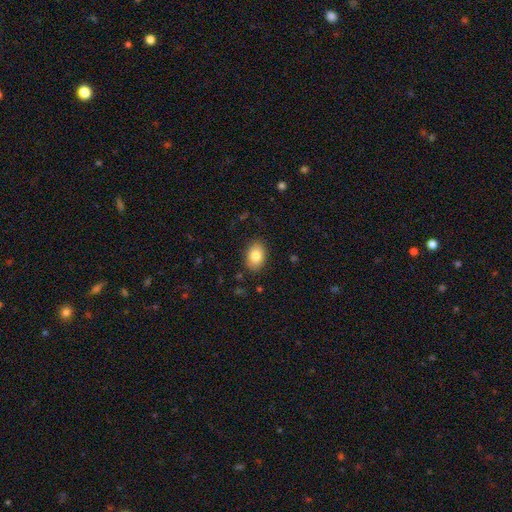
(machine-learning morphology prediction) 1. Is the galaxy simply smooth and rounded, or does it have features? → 83% smooth, 9% featured or disk, 8% star or artifact.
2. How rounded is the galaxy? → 78% in between, 21% round, 1% cigar-shaped.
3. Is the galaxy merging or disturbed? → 86% none, 10% minor disturbance, 2% major disturbance, 1% merger.